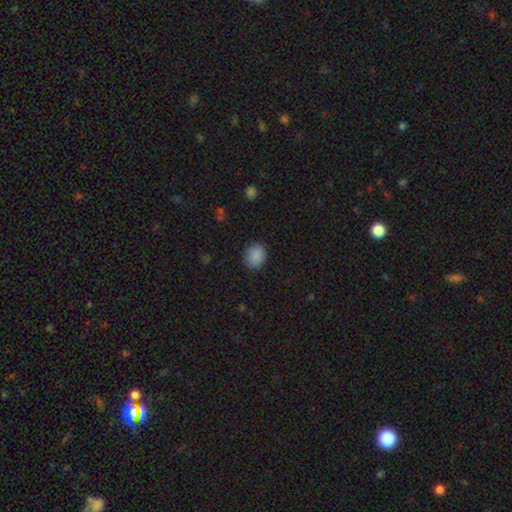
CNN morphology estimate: This is clearly a smooth galaxy (88%). How rounded: likely round (67%). Merging: clearly none (87%).